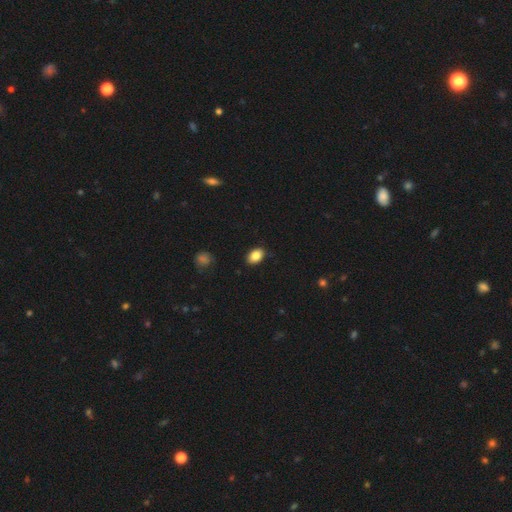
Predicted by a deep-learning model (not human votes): Morphology: type=smooth (85%); roundness=in between (82%); merging=none (87%).